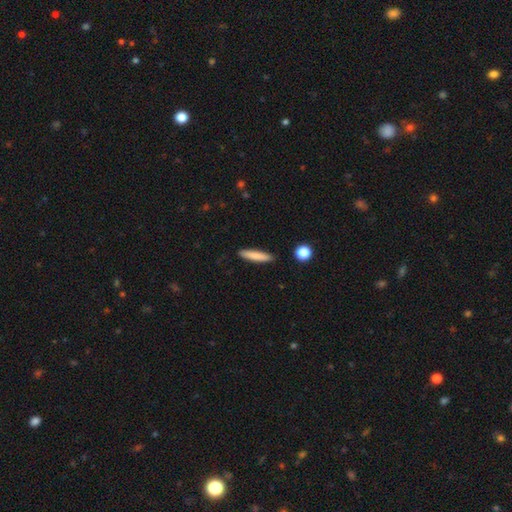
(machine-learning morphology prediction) smooth-or-featured: smooth: 81% | featured or disk: 13% | star or artifact: 6%
  how-rounded: cigar-shaped: 89% | in between: 10% | round: 2%
  merging: none: 90% | minor disturbance: 7% | major disturbance: 2% | merger: 2%